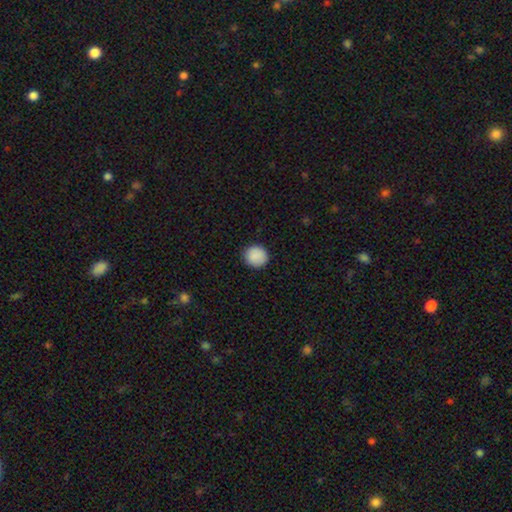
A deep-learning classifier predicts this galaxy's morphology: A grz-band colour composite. It shows a smooth galaxy with no disk features (90%) that is round (92%). Merging: none (91%).